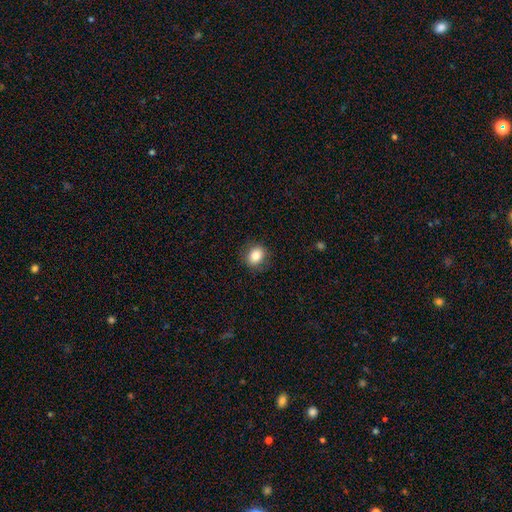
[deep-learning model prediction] smooth 83%, star or artifact 9%, featured or disk 8%. Down the decision tree: how rounded — round (55%); merging — none (84%).